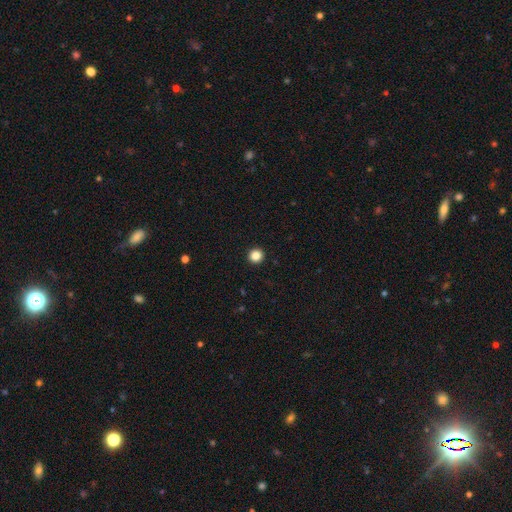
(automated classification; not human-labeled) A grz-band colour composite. It shows a smooth galaxy with no disk features (85%) that is round (95%). Merging: none (94%).